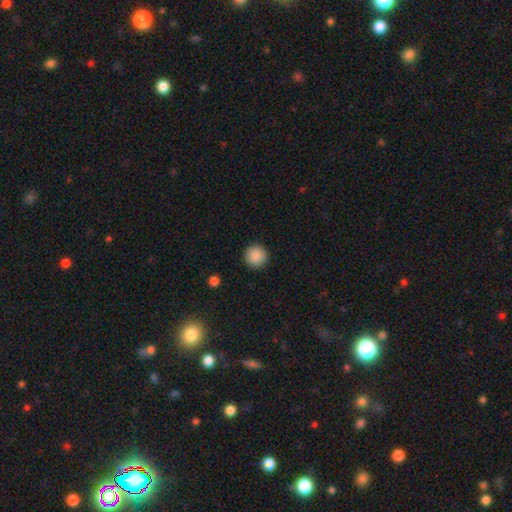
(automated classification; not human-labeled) Smooth or featured: smooth — 89% (star or artifact — 9%)
How rounded: round — 95% (in between — 4%)
Merging: none — 92% (minor disturbance — 5%)